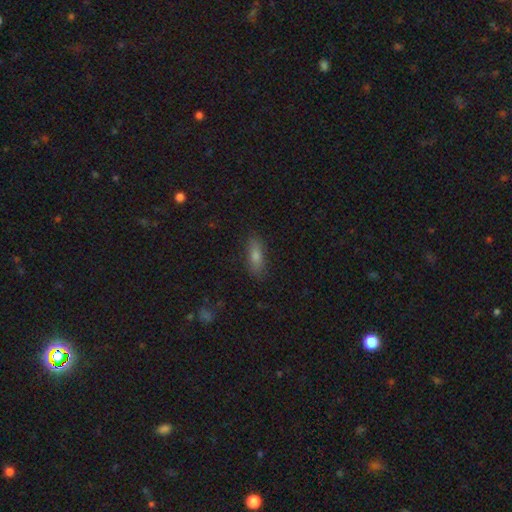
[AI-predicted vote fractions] A smooth galaxy with no disk features (70%) that is in between round and cigar-shaped (54%). Merging: none (86%).